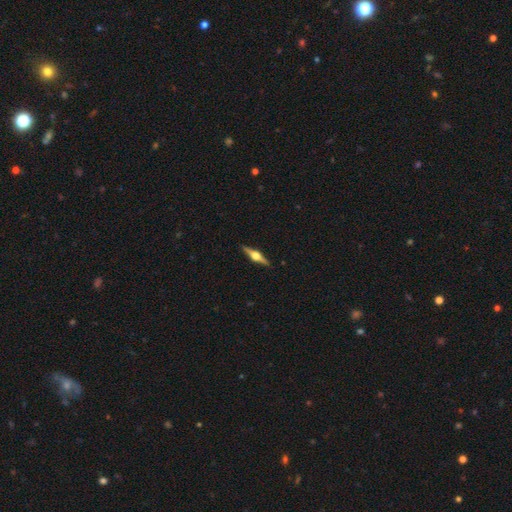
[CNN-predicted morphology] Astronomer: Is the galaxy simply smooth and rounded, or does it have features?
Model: featured or disk — 82%.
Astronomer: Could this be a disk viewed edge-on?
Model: yes — 98%.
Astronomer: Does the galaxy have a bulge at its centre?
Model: rounded — 94%.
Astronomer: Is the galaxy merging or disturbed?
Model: none — 91%.